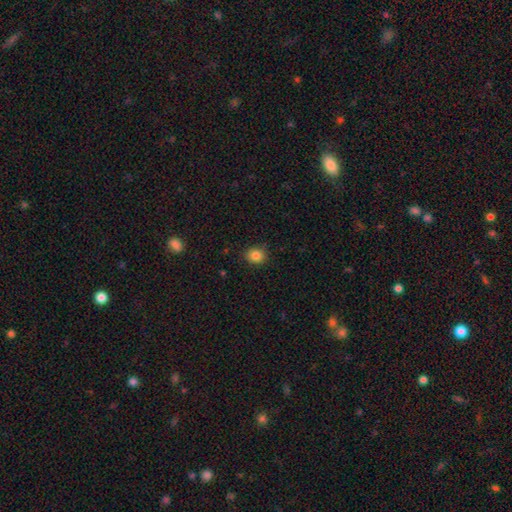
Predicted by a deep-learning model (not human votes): smooth-or-featured: smooth: 84% | star or artifact: 11% | featured or disk: 5%
  how-rounded: round: 67% | in between: 33% | cigar-shaped: 1%
  merging: none: 88% | minor disturbance: 9% | major disturbance: 2% | merger: 1%